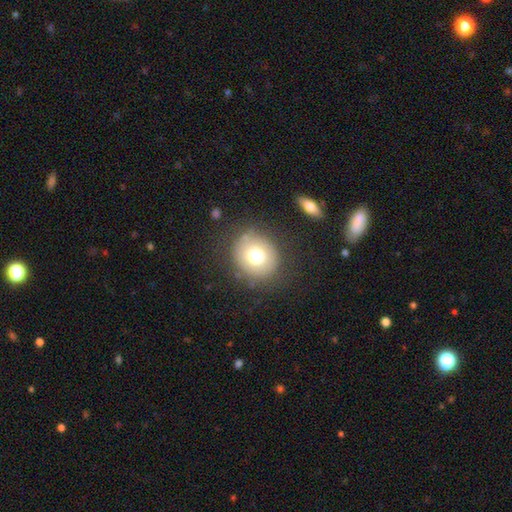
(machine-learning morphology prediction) Smooth or featured? smooth (71%)
How rounded? round (80%)
Merging? none (82%)